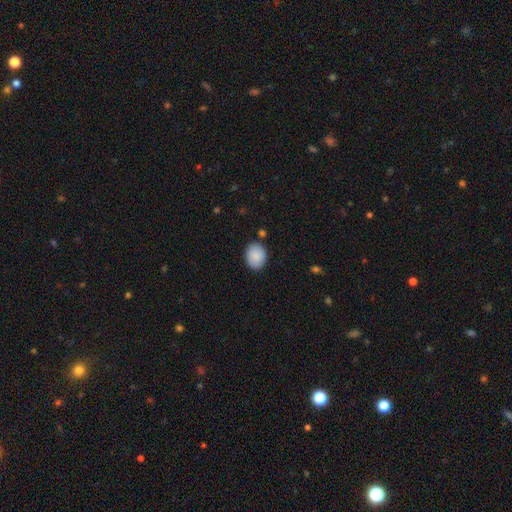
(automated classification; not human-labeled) The model was most divided on "how rounded": in between: 50%, round: 49%, cigar-shaped: 1%. More confident: smooth or featured — smooth (88%); merging — none (85%).